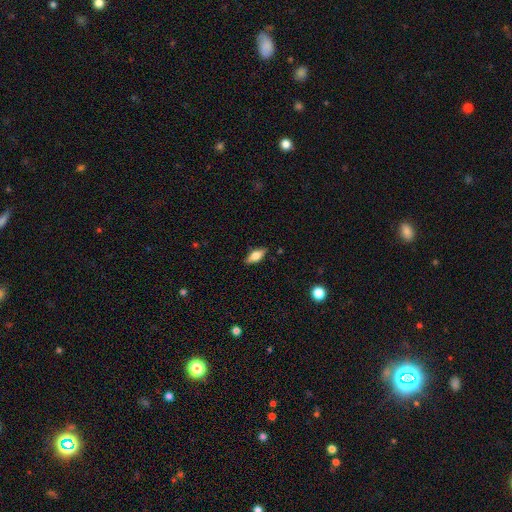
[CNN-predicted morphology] smooth 61%, featured or disk 32%, star or artifact 7%. Down the decision tree: how rounded — in between (74%); merging — none (85%).